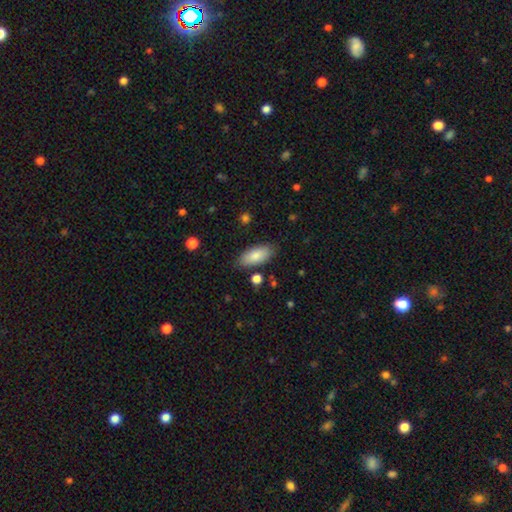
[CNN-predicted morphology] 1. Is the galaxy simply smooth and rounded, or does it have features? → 85% smooth, 9% featured or disk, 6% star or artifact.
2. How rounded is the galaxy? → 87% in between, 11% cigar-shaped, 2% round.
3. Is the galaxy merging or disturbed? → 83% none, 12% minor disturbance, 3% major disturbance, 3% merger.